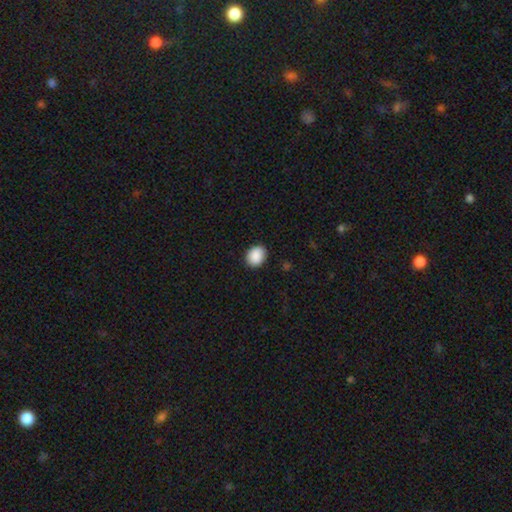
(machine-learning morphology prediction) The model was most divided on "how rounded": round: 51%, in between: 48%, cigar-shaped: 1%. More confident: smooth or featured — smooth (90%); merging — none (89%).